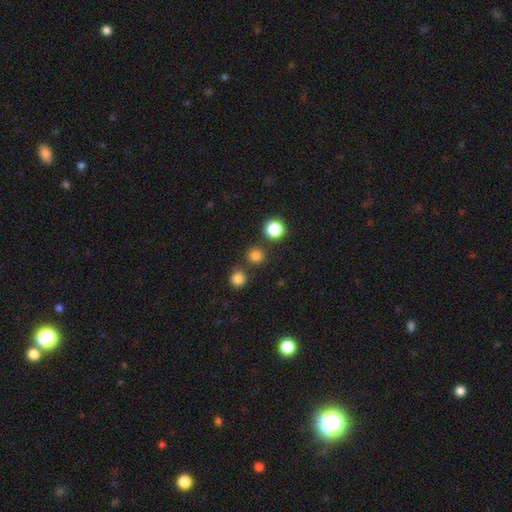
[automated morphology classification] Q: Smooth or featured?
A: smooth (79%); runner-up: star or artifact (17%)
Q: How rounded?
A: round (92%); runner-up: in between (7%)
Q: Merging?
A: none (81%); runner-up: merger (10%)